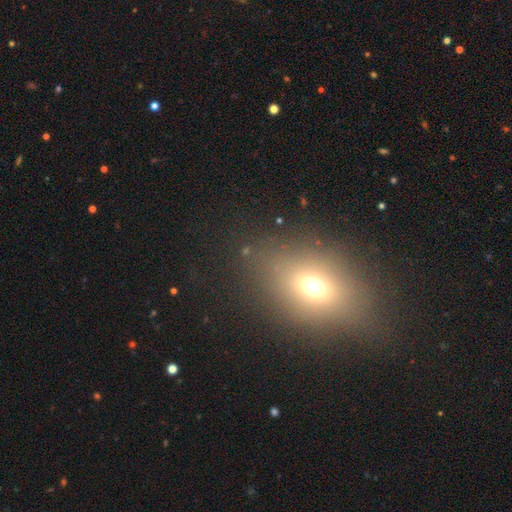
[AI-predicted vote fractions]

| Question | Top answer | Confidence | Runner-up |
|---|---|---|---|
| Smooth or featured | smooth | 58% | star or artifact (27%) |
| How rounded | in between | 70% | round (25%) |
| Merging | none | 87% | minor disturbance (8%) |